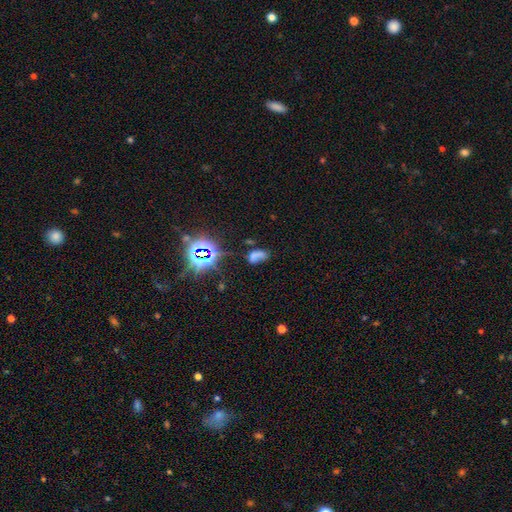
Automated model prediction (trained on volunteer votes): Smooth or featured?
  - smooth: 47% *
  - star or artifact: 32%
  - featured or disk: 20%
Merging?
  - none: 37% *
  - minor disturbance: 24%
  - major disturbance: 23%
  - merger: 16%